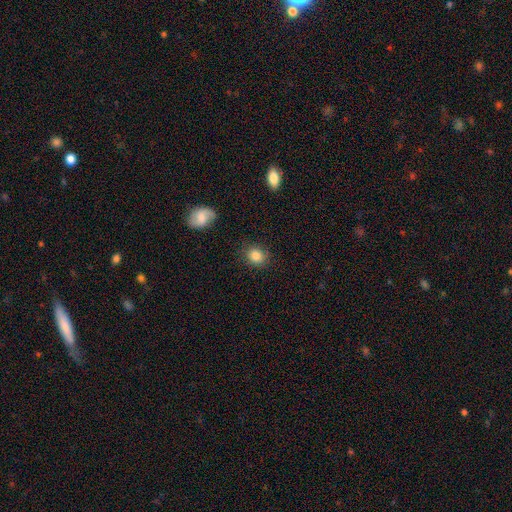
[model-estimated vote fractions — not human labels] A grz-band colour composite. It shows a smooth galaxy with no disk features (84%) that is round (74%). Merging: none (85%).